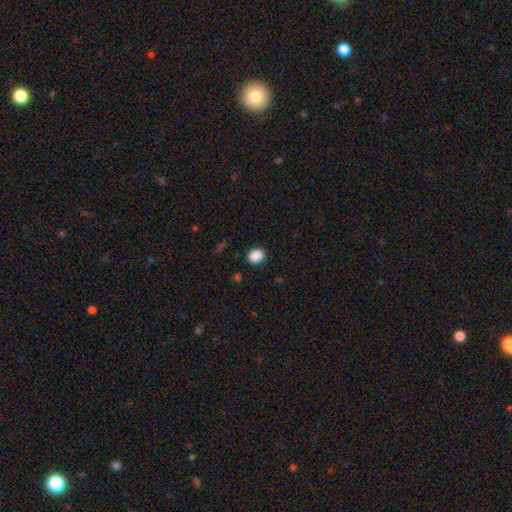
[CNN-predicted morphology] This appears to be a smooth galaxy with no disk features (88%) that is round (53%). Merging: none (88%).